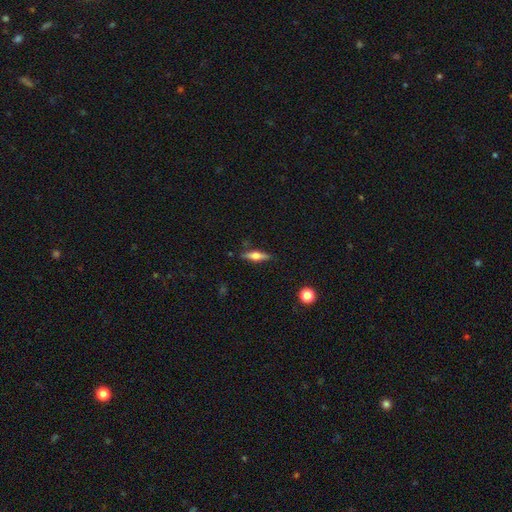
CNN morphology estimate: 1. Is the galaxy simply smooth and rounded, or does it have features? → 56% featured or disk, 37% smooth, 7% star or artifact.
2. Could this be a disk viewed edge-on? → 96% yes, 4% no.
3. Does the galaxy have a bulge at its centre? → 91% rounded, 6% boxy, 3% none.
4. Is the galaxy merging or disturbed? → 86% none, 10% minor disturbance, 2% major disturbance, 2% merger.